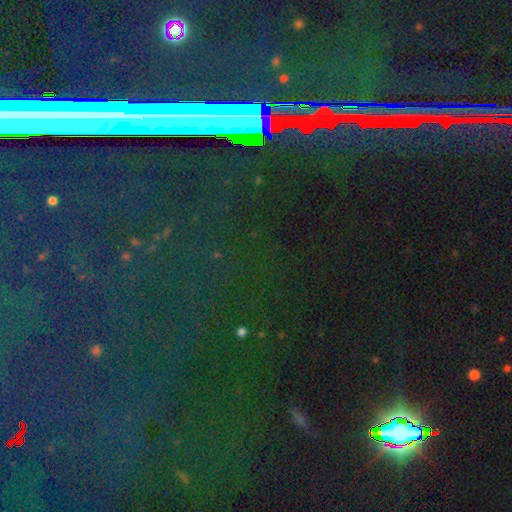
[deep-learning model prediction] star or artifact 84%, smooth 8%, featured or disk 8%.